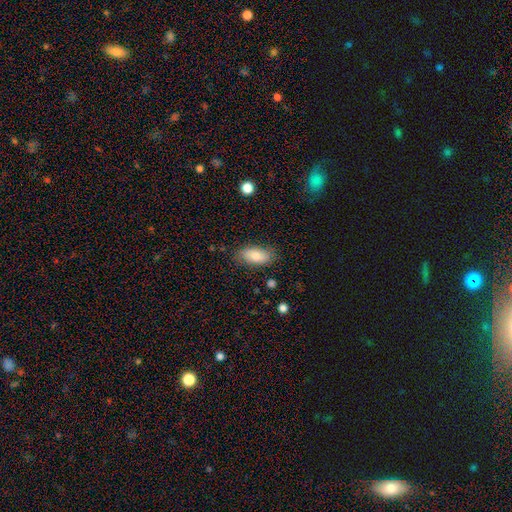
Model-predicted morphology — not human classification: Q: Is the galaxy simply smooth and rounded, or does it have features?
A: smooth — 81%.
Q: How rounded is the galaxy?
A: in between — 90%.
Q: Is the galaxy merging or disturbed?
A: none — 80%.